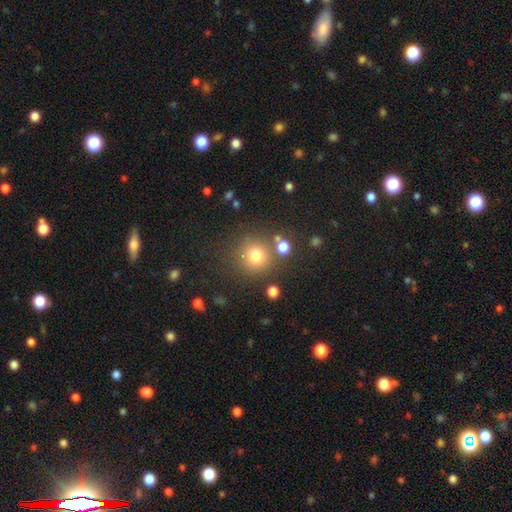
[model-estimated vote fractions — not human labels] Overall: smooth (76%). How rounded: round (93%). Merging: none (78%).